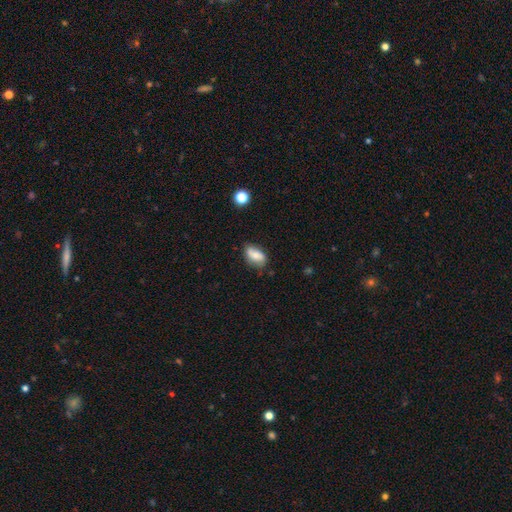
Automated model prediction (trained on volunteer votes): A smooth galaxy with no disk features (61%) that is in between round and cigar-shaped (88%).

Vote fractions:
- Smooth or featured? smooth: 61% / featured or disk: 30% / star or artifact: 10%
- How rounded? in between: 88% / round: 8% / cigar-shaped: 4%
- Merging? none: 64% / minor disturbance: 26% / major disturbance: 6% / merger: 4%